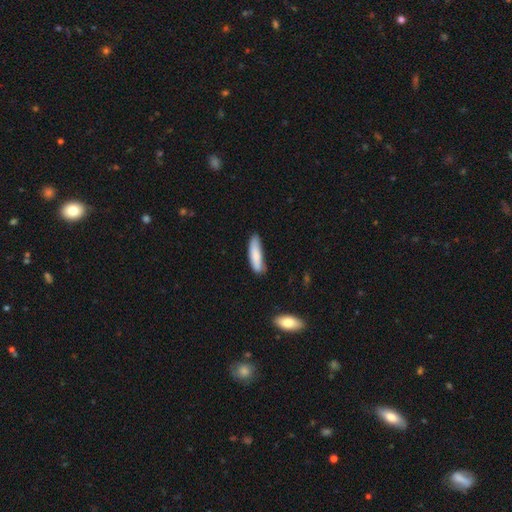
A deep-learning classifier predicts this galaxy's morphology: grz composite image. It shows a smooth galaxy with no disk features (82%) that is cigar-shaped (68%). Merging: none (68%).